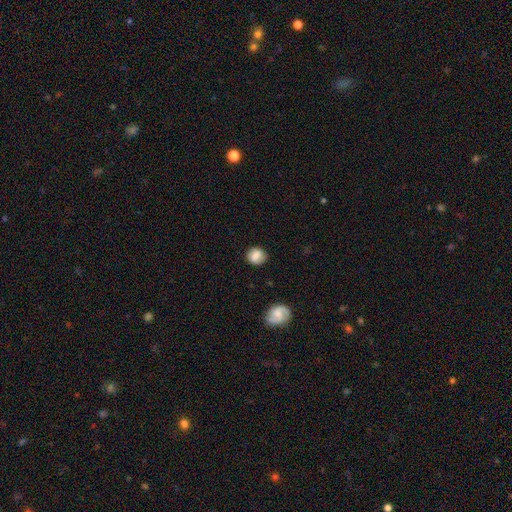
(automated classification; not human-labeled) This is likely a smooth galaxy (79%). How rounded: likely round (72%). Merging: likely none (79%).